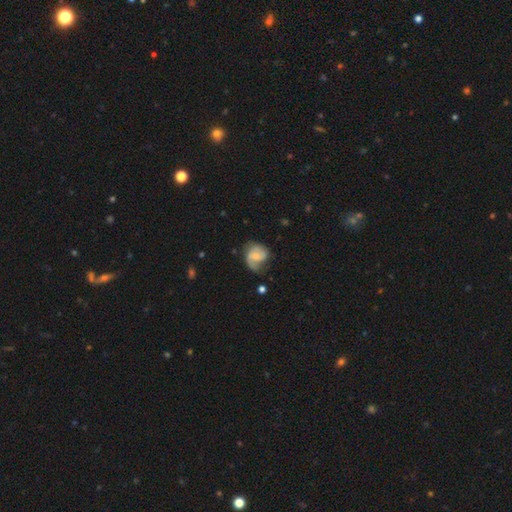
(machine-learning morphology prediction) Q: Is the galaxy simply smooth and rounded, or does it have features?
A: featured or disk — 62%.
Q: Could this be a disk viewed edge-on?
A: no — 98%.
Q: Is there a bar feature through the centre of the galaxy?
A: no — 56%.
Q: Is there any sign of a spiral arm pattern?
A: yes — 89%.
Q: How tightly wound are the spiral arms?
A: medium — 43%.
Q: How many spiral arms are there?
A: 2 — 62%.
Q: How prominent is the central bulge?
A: small — 56%.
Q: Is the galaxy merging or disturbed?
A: none — 52%.